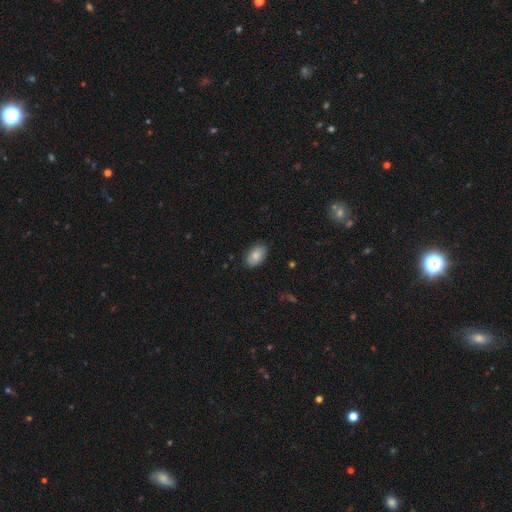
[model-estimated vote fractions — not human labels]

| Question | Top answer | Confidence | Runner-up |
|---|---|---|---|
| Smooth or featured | smooth | 84% | featured or disk (9%) |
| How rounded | in between | 92% | round (7%) |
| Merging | none | 84% | minor disturbance (13%) |